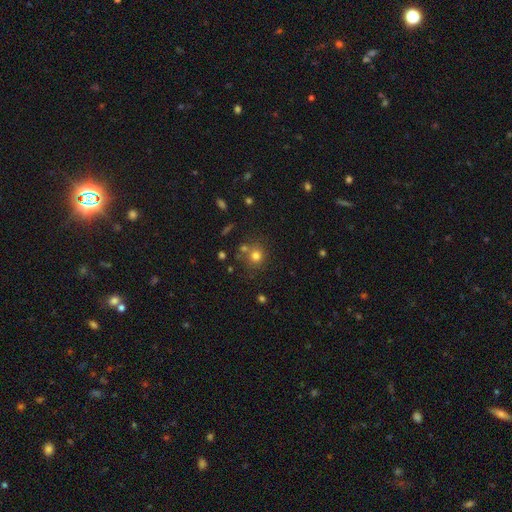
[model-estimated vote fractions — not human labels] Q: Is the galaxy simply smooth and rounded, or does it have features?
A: smooth — 76%.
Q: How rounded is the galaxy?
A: round — 89%.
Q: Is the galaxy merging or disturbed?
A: none — 69%.